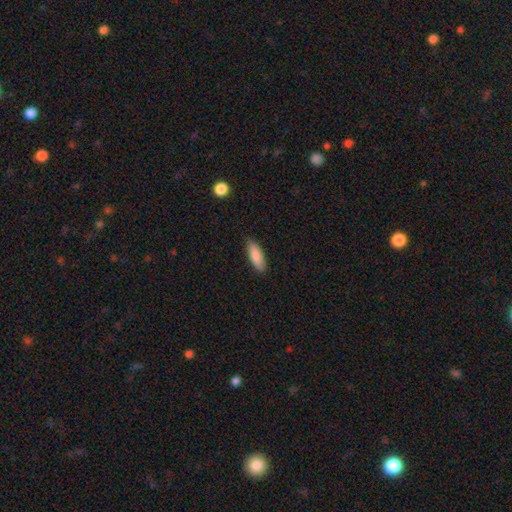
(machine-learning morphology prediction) Smooth or featured? Predicted: smooth (p=0.87). How rounded? Predicted: in between (p=0.60). Merging? Predicted: none (p=0.85).